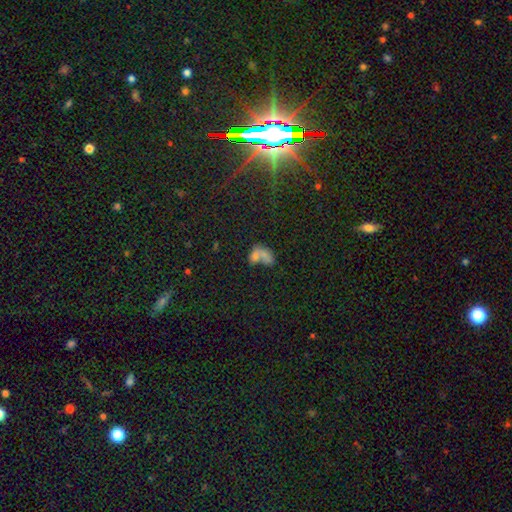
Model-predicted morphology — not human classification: A smooth galaxy with no disk features (62%) that is in between round and cigar-shaped (78%).

Vote fractions:
- Smooth or featured? smooth: 62% / featured or disk: 21% / star or artifact: 17%
- How rounded? in between: 78% / round: 19% / cigar-shaped: 3%
- Merging? merger: 63% / none: 18% / major disturbance: 10% / minor disturbance: 9%